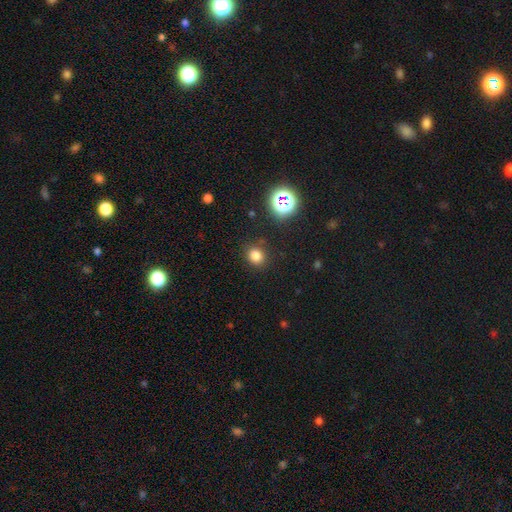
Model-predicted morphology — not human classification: This appears to be a smooth galaxy with no disk features (78%) that is round (76%). Merging: none (86%).